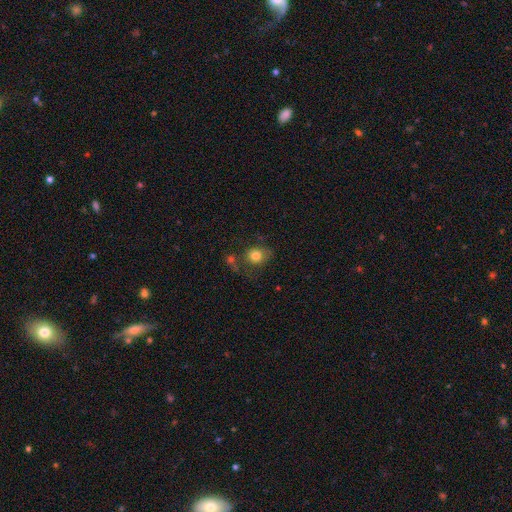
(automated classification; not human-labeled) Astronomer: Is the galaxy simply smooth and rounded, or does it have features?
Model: smooth — 79%.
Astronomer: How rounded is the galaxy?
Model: round — 74%.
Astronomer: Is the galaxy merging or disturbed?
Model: none — 56%.